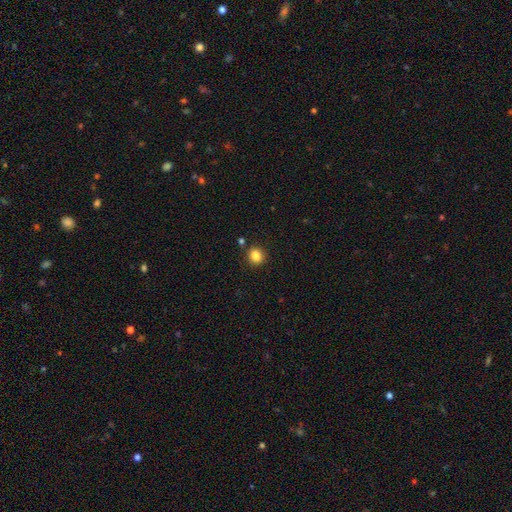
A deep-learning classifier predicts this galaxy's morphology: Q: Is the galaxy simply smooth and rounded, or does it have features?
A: smooth — 85%.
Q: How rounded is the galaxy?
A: round — 72%.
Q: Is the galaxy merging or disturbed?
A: none — 86%.